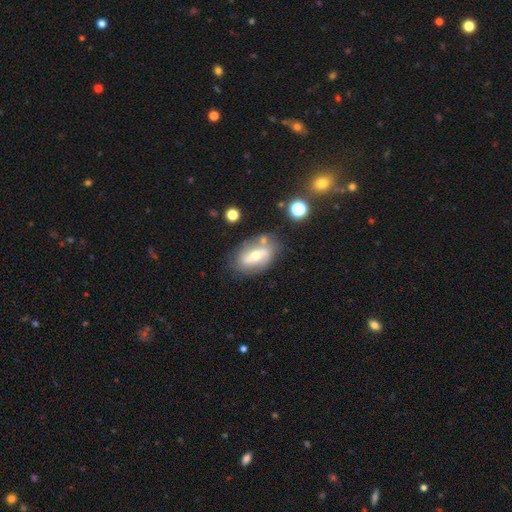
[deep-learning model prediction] smooth_or_featured: featured or disk (p=0.62) [alt: smooth p=0.30]
disk_edge_on: no (p=0.87) [alt: yes p=0.13]
bar: strong (p=0.43) [alt: weak p=0.32]
has_spiral_arms: yes (p=0.62) [alt: no p=0.38]
bulge_size: moderate (p=0.62) [alt: small p=0.31]
merging: none (p=0.70) [alt: minor disturbance p=0.17]